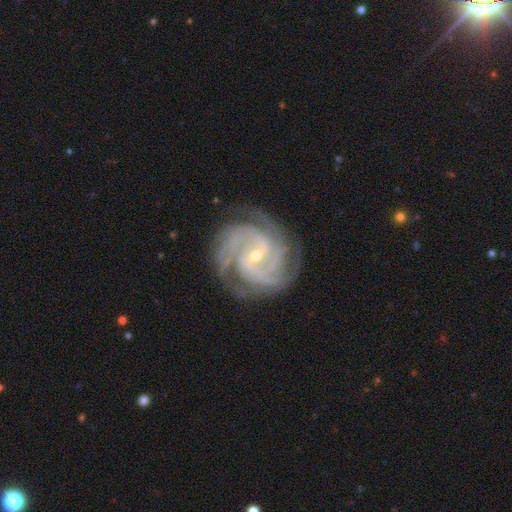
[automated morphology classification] This is clearly a featured or disk galaxy (93%). It is clearly not viewed edge-on (98%). Bar: marginally weak (43%). Spiral arm pattern: clearly yes (99%). Spiral arm count: marginally 3 (31%). Spiral winding: likely tight (73%). Central bulge: likely small (70%). Merging: clearly none (80%).